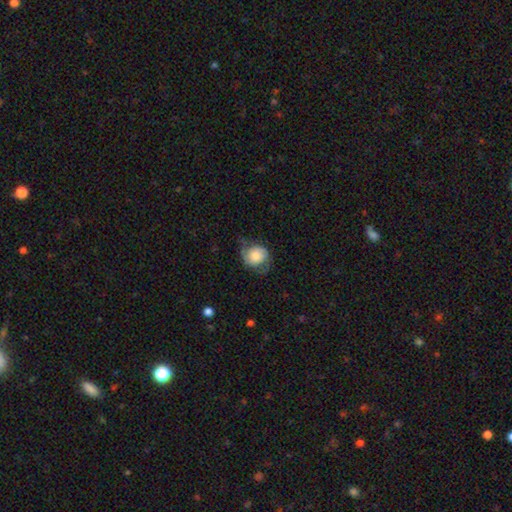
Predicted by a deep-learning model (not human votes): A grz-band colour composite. It shows a smooth galaxy with no disk features (48%). Merging: none (53%).